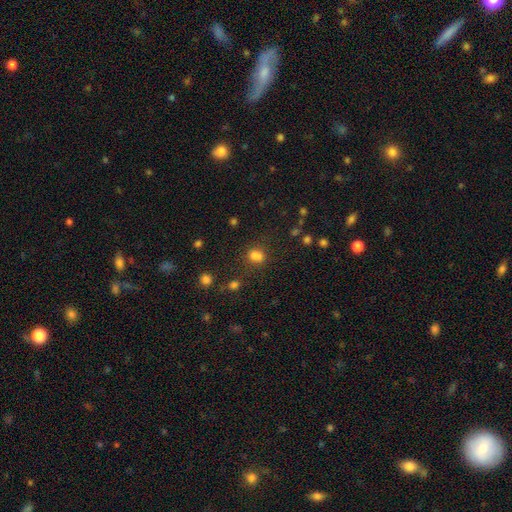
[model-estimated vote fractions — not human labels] Smooth or featured: smooth — 74% (star or artifact — 18%)
How rounded: round — 53% (in between — 45%)
Merging: none — 51% (merger — 30%)